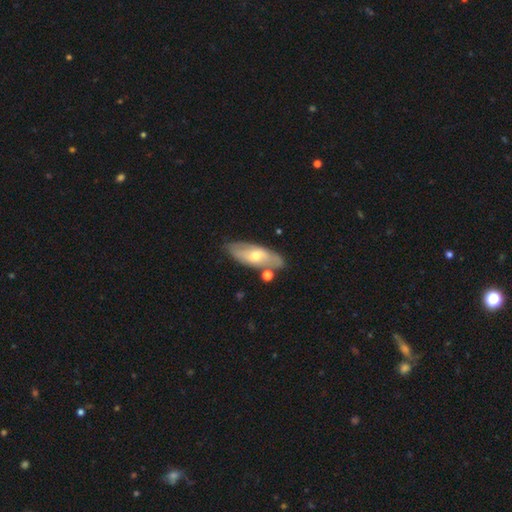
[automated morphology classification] This appears to be a featured or disk galaxy (52%). Merging: none (73%).